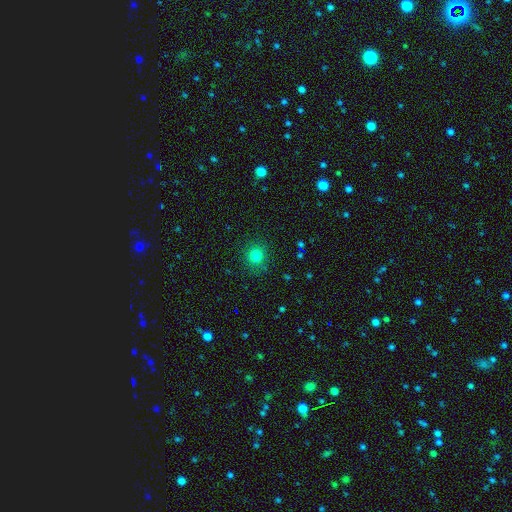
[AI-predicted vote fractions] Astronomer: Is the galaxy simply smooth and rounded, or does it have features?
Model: smooth — 79%.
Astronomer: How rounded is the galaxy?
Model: round — 90%.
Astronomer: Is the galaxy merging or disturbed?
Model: none — 88%.